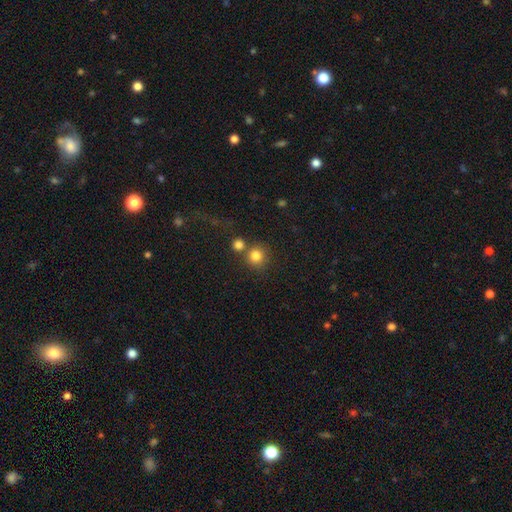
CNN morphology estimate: This appears to be a smooth galaxy with no disk features (81%) that is round (92%). Merging: none (66%).